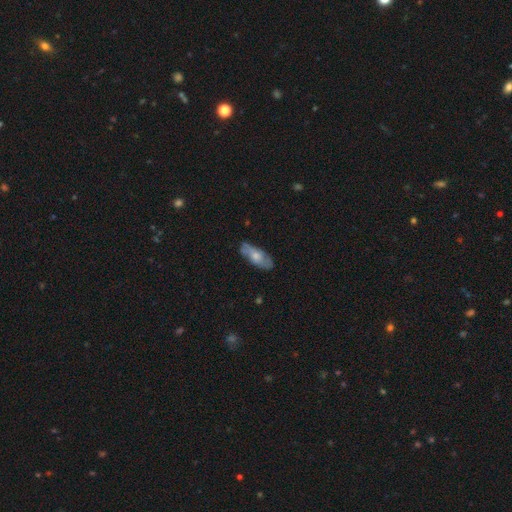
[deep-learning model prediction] smooth_or_featured: smooth (p=0.51) [alt: featured or disk p=0.43]
how_rounded: in between (p=0.73) [alt: cigar-shaped p=0.25]
merging: none (p=0.73) [alt: minor disturbance p=0.21]